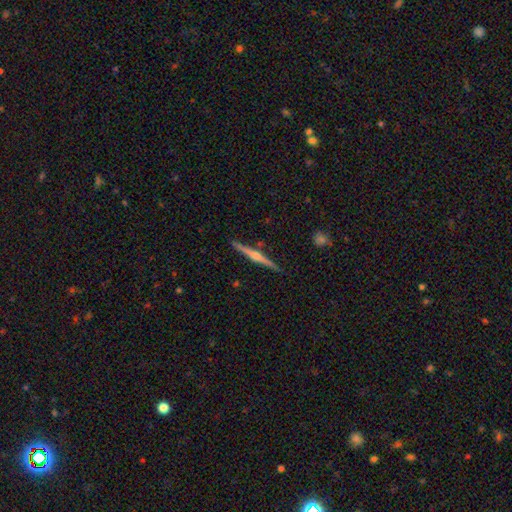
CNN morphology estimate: This is likely a featured or disk galaxy (76%). It is clearly viewed edge-on (98%). Edge-on bulge: clearly rounded (84%). Merging: clearly none (90%).